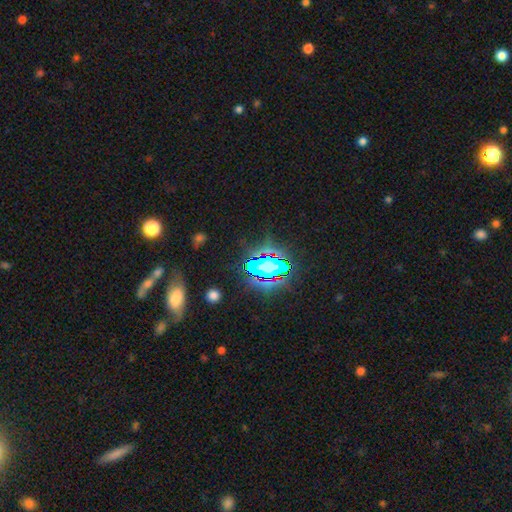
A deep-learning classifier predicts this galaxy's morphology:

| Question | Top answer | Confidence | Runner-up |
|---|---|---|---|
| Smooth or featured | star or artifact | 59% | smooth (25%) |